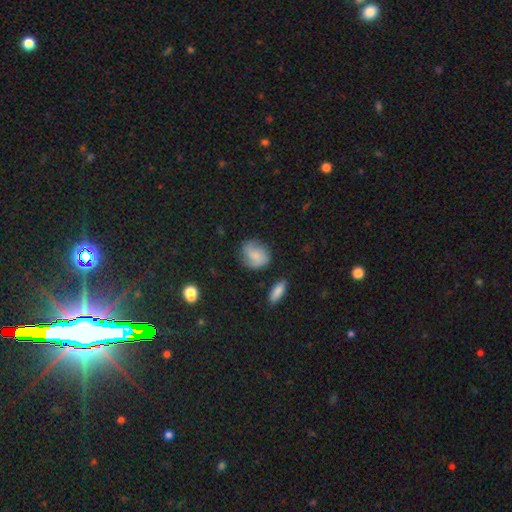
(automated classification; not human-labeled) Smooth or featured?
  - smooth: 64% *
  - featured or disk: 27%
  - star or artifact: 9%
How rounded?
  - round: 52% *
  - in between: 46%
  - cigar-shaped: 2%
Merging?
  - none: 65% *
  - minor disturbance: 24%
  - major disturbance: 8%
  - merger: 3%